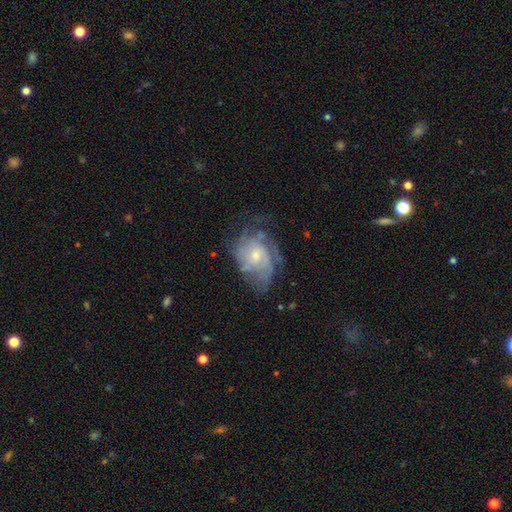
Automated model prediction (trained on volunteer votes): Smooth or featured? Predicted: featured or disk (p=0.77). Edge-on disk? Predicted: no (p=0.97). Bar? Predicted: no (p=0.73). Spiral arms? Predicted: yes (p=0.88). Spiral winding? Predicted: tight (p=0.52). Spiral arm count? Predicted: can't tell (p=0.46). Bulge size? Predicted: small (p=0.52). Merging? Predicted: none (p=0.55).